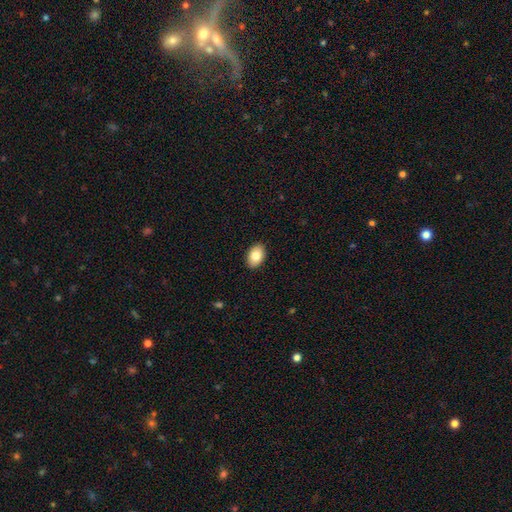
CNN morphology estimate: The model was most divided on "smooth or featured": smooth: 81%, featured or disk: 11%, star or artifact: 7%. More confident: merging — none (90%); how rounded — in between (88%).